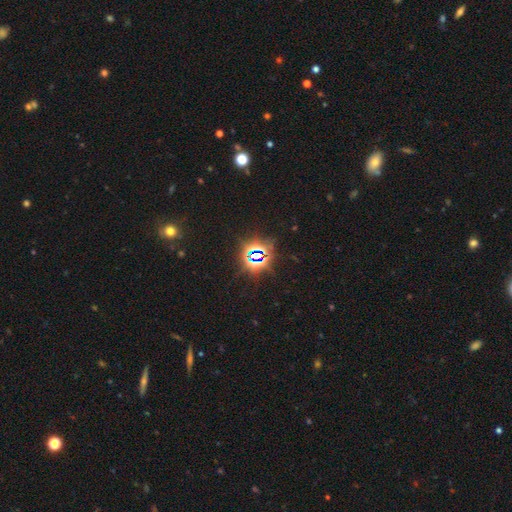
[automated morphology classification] A star or artifact, not a galaxy (81%).